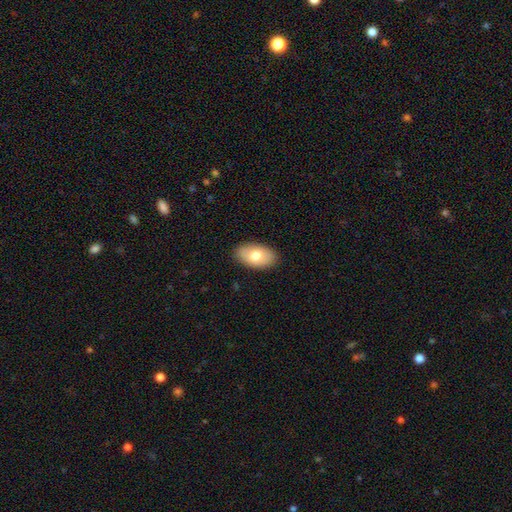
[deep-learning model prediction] A smooth galaxy with no disk features (74%) that is in between round and cigar-shaped (93%).

Vote fractions:
- Smooth or featured? smooth: 74% / featured or disk: 20% / star or artifact: 6%
- How rounded? in between: 93% / round: 5% / cigar-shaped: 1%
- Merging? none: 87% / minor disturbance: 10% / major disturbance: 2% / merger: 1%